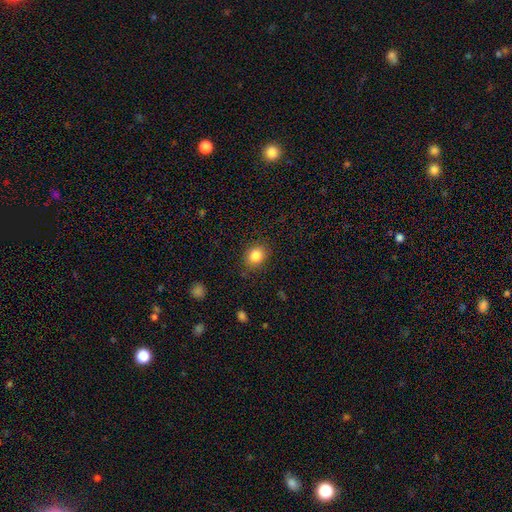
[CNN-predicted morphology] Smooth or featured? Predicted: smooth (p=0.85). How rounded? Predicted: round (p=0.60). Merging? Predicted: none (p=0.85).